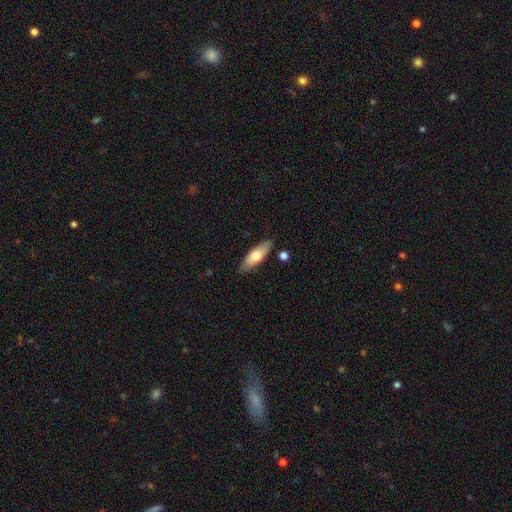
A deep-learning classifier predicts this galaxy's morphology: Smooth or featured?
  - smooth: 69% *
  - featured or disk: 25%
  - star or artifact: 6%
How rounded?
  - in between: 59% *
  - cigar-shaped: 39%
  - round: 2%
Merging?
  - none: 83% *
  - minor disturbance: 12%
  - merger: 3%
  - major disturbance: 2%